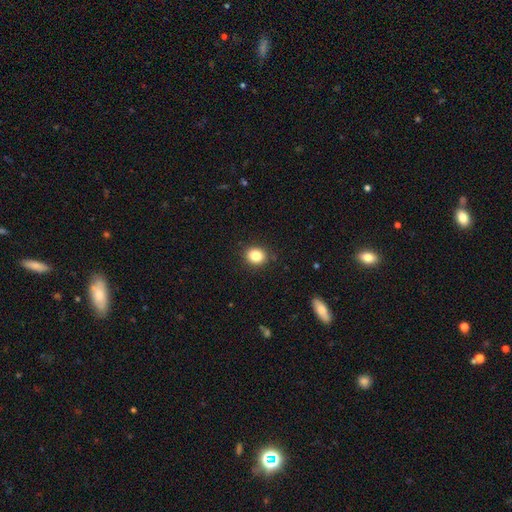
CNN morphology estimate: Smooth or featured: smooth — 84% (star or artifact — 10%)
How rounded: round — 67% (in between — 32%)
Merging: none — 88% (minor disturbance — 9%)